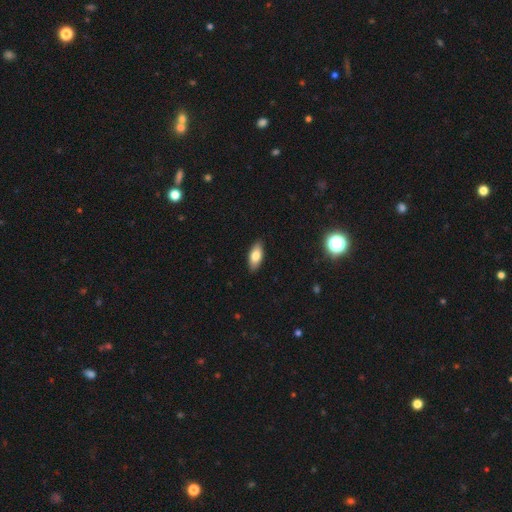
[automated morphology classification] smooth_or_featured: smooth (p=0.76) [alt: featured or disk p=0.17]
how_rounded: in between (p=0.85) [alt: cigar-shaped p=0.12]
merging: none (p=0.89) [alt: minor disturbance p=0.09]